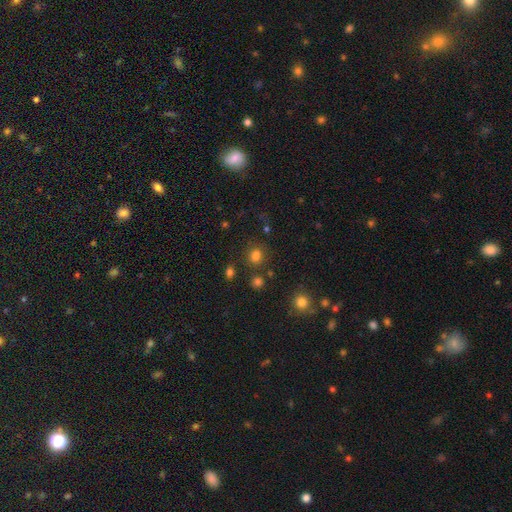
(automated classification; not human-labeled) Smooth or featured?
  - smooth: 77% *
  - star or artifact: 18%
  - featured or disk: 5%
How rounded?
  - round: 74% *
  - in between: 25%
  - cigar-shaped: 1%
Merging?
  - none: 75% *
  - minor disturbance: 11%
  - merger: 9%
  - major disturbance: 5%